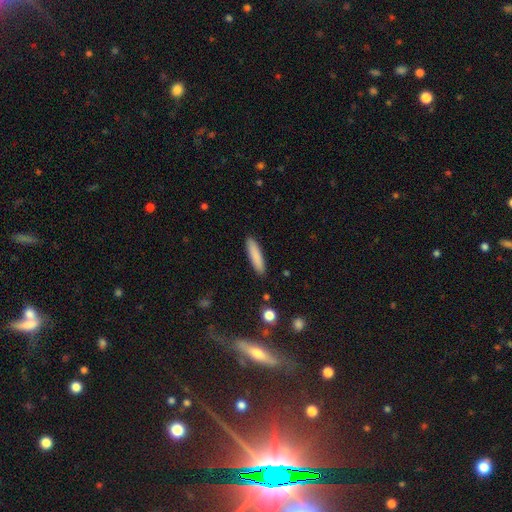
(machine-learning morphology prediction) This appears to be a smooth galaxy with no disk features (85%) that is cigar-shaped (83%). Merging: none (90%).